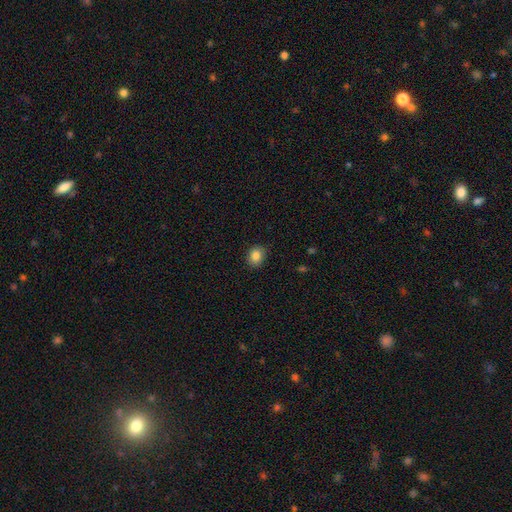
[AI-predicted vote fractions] This appears to be a smooth galaxy with no disk features (85%) that is round (58%). Merging: none (87%).